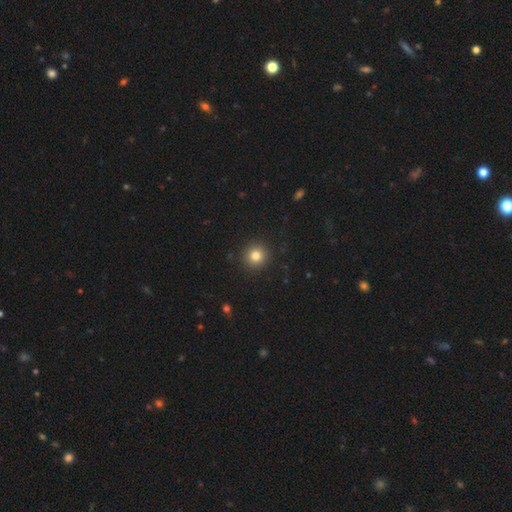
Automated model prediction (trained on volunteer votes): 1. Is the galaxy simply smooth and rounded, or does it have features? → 81% smooth, 12% star or artifact, 7% featured or disk.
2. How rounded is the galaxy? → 93% round, 6% in between, 1% cigar-shaped.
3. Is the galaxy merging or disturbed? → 92% none, 5% minor disturbance, 2% major disturbance, 1% merger.